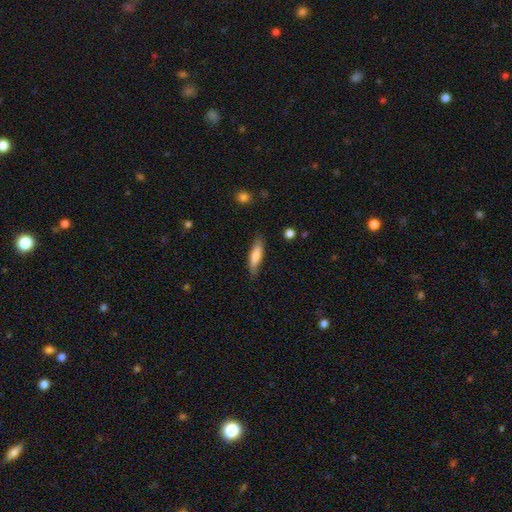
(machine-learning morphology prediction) Smooth or featured: smooth — 75% (featured or disk — 20%)
How rounded: cigar-shaped — 69% (in between — 29%)
Merging: none — 79% (minor disturbance — 17%)